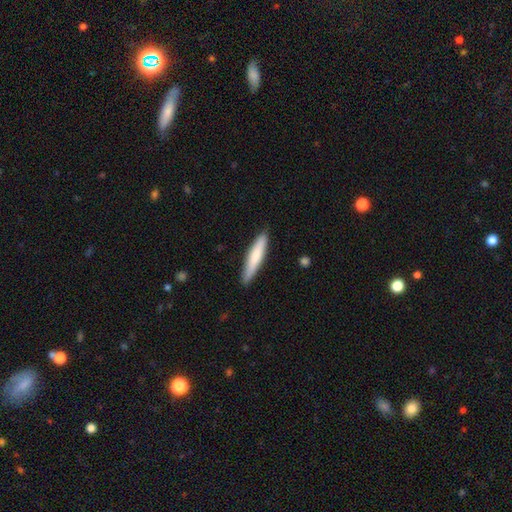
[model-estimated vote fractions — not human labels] The model was most divided on "smooth or featured": smooth: 74%, featured or disk: 21%, star or artifact: 5%. More confident: how rounded — cigar-shaped (89%); merging — none (88%).